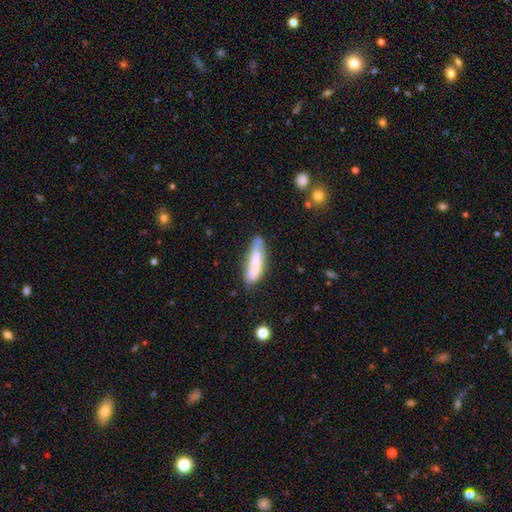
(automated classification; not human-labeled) A smooth galaxy with no disk features (64%) that is cigar-shaped (68%).

Vote fractions:
- Smooth or featured? smooth: 64% / featured or disk: 29% / star or artifact: 7%
- How rounded? cigar-shaped: 68% / in between: 30% / round: 2%
- Merging? none: 57% / minor disturbance: 28% / major disturbance: 10% / merger: 6%